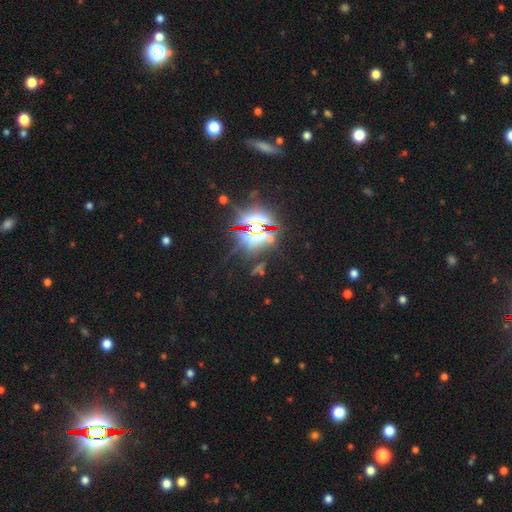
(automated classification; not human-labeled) Morphology: type=star or artifact (84%).